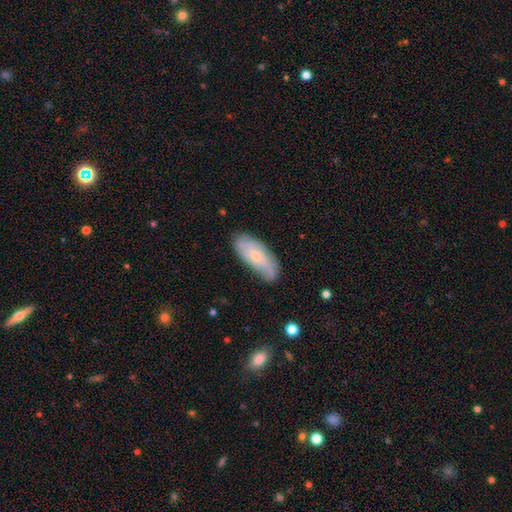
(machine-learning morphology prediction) type=featured or disk (47%); merging=none (66%).